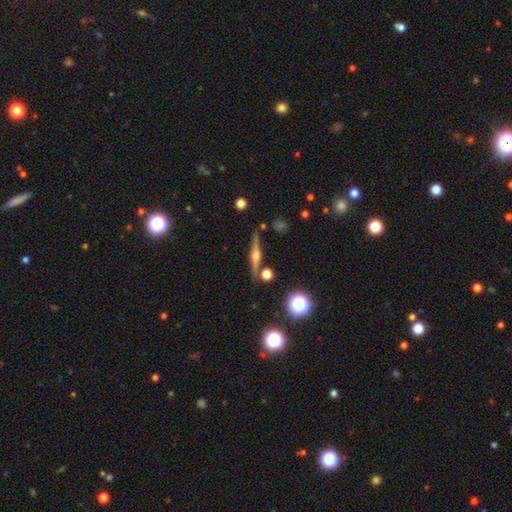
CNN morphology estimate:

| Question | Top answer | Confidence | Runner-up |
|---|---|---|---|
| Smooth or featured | featured or disk | 74% | smooth (17%) |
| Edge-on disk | yes | 97% | no (3%) |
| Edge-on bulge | rounded | 90% | boxy (6%) |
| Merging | none | 85% | minor disturbance (8%) |